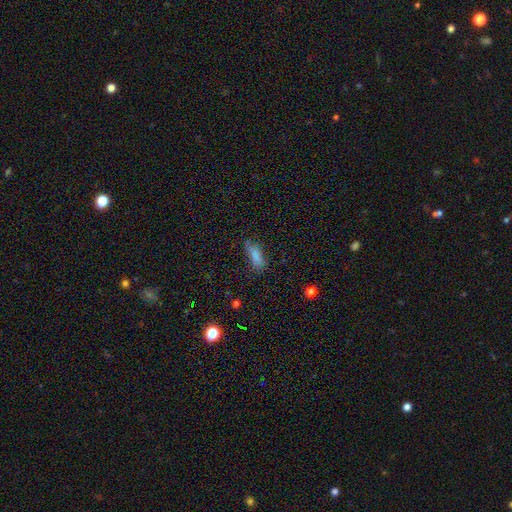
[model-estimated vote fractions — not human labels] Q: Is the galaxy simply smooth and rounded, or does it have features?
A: smooth — 75%.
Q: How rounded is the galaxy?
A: in between — 66%.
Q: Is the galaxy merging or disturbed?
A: none — 49%.